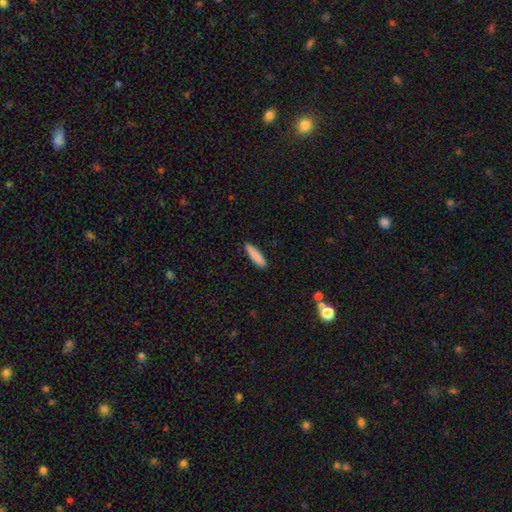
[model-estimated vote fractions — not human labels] Q: Smooth or featured?
A: smooth (86%); runner-up: featured or disk (8%)
Q: How rounded?
A: cigar-shaped (80%); runner-up: in between (18%)
Q: Merging?
A: none (88%); runner-up: minor disturbance (9%)